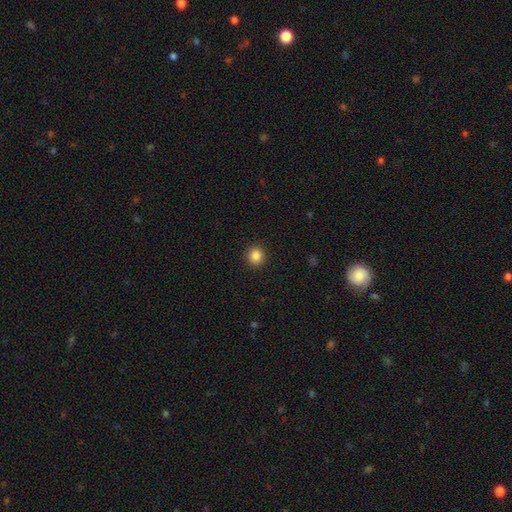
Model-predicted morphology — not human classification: smooth-or-featured: smooth: 87% | star or artifact: 10% | featured or disk: 3%
  how-rounded: round: 89% | in between: 10% | cigar-shaped: 1%
  merging: none: 92% | minor disturbance: 5% | major disturbance: 2% | merger: 1%